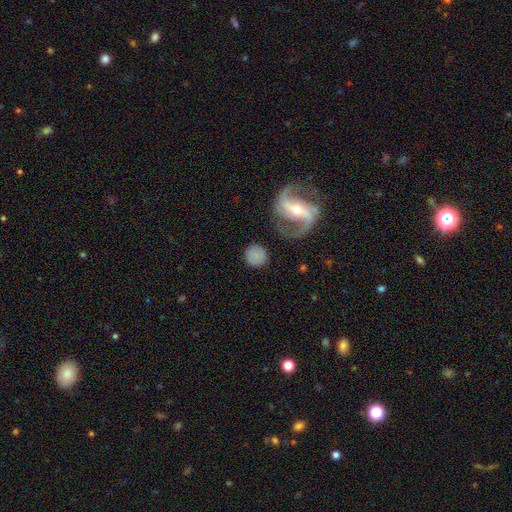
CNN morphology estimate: A smooth galaxy with no disk features (64%) that is round (89%). Merging: none (78%).